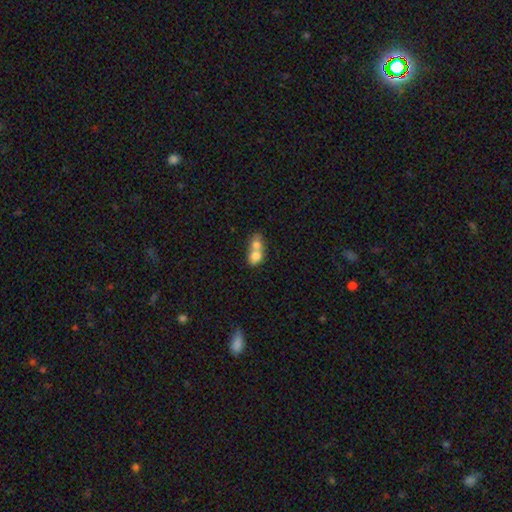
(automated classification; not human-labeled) This is likely a smooth galaxy (71%). How rounded: possibly in between (51%). Merging: likely merger (76%).